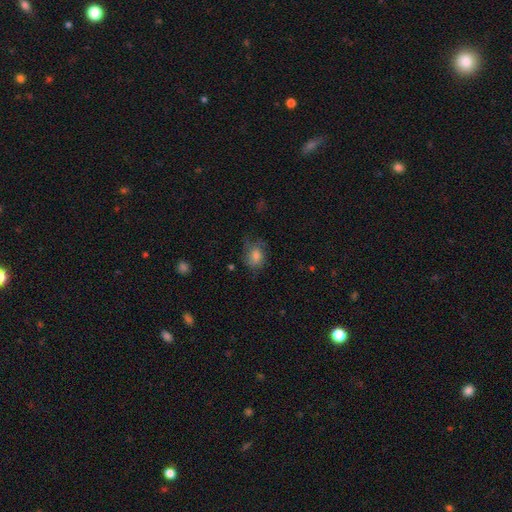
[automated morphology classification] The model was most divided on "how rounded": round: 51%, in between: 48%, cigar-shaped: 1%. More confident: smooth or featured — smooth (59%); merging — none (57%).